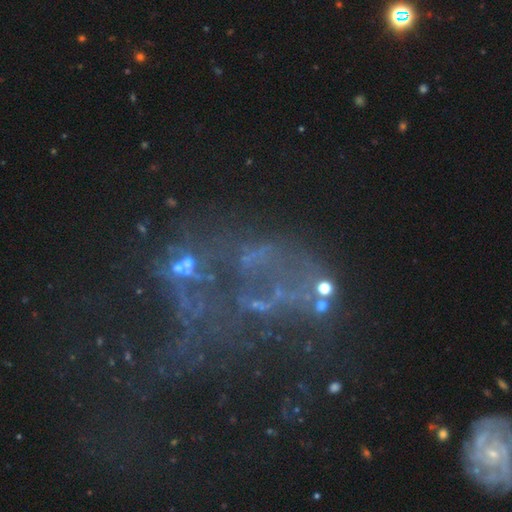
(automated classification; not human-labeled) This appears to be a star or artifact, not a galaxy (42%, tied with featured or disk).